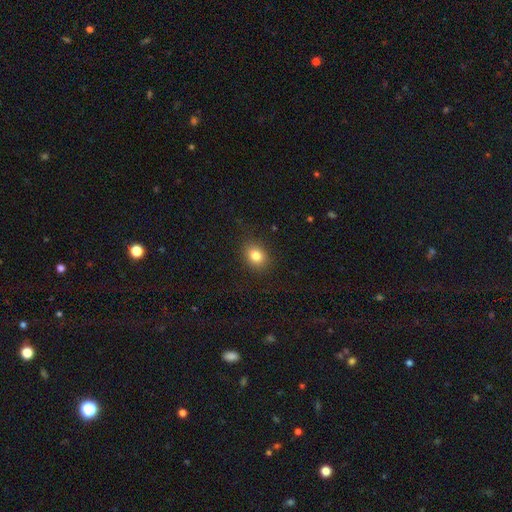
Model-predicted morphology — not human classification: Smooth or featured? Predicted: smooth (p=0.83). How rounded? Predicted: in between (p=0.54). Merging? Predicted: none (p=0.86).